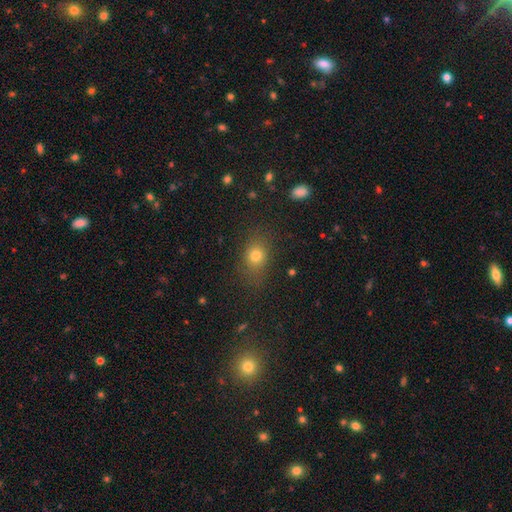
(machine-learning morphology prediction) Smooth or featured?
  - smooth: 76% *
  - star or artifact: 15%
  - featured or disk: 9%
How rounded?
  - round: 51% *
  - in between: 47%
  - cigar-shaped: 2%
Merging?
  - none: 79% *
  - minor disturbance: 14%
  - major disturbance: 6%
  - merger: 2%